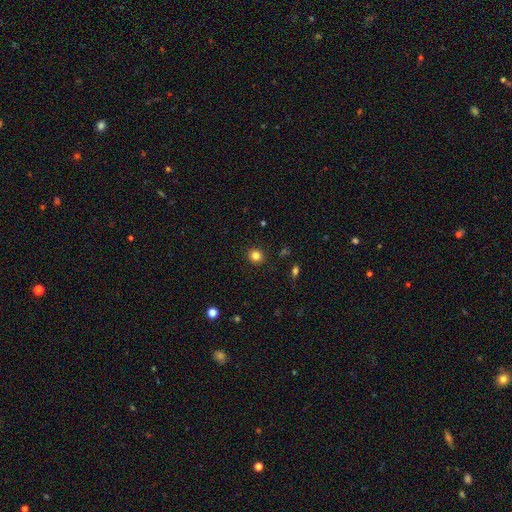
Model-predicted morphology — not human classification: A smooth galaxy with no disk features (83%) that is round (88%).

Vote fractions:
- Smooth or featured? smooth: 83% / star or artifact: 13% / featured or disk: 5%
- How rounded? round: 88% / in between: 11% / cigar-shaped: 1%
- Merging? none: 91% / minor disturbance: 6% / major disturbance: 2% / merger: 1%